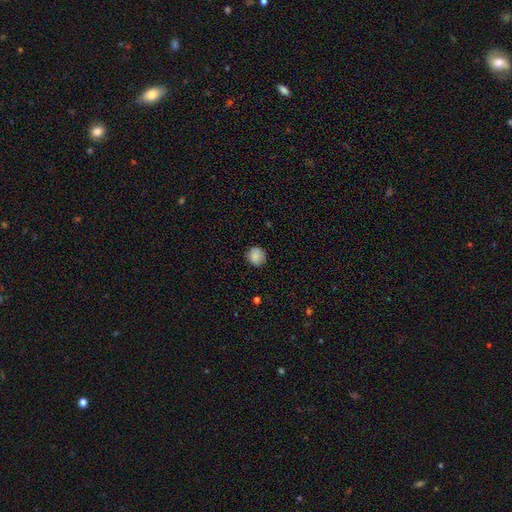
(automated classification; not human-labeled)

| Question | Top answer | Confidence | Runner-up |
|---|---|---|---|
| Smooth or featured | smooth | 86% | star or artifact (9%) |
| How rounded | round | 88% | in between (11%) |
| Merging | none | 84% | minor disturbance (12%) |